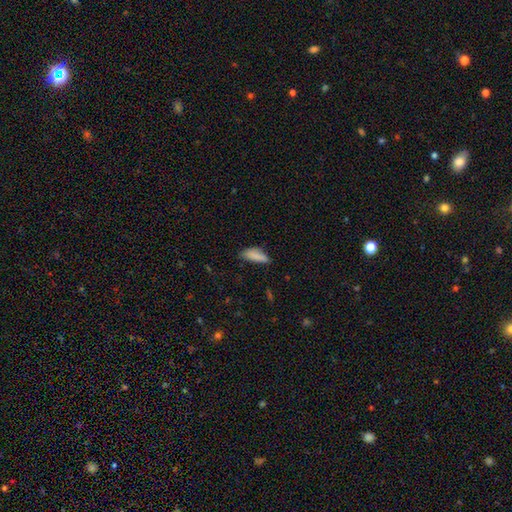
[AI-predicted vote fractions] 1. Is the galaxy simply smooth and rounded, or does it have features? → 85% smooth, 8% star or artifact, 8% featured or disk.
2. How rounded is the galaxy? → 60% in between, 38% cigar-shaped, 2% round.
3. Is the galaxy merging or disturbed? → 62% none, 29% minor disturbance, 6% major disturbance, 3% merger.